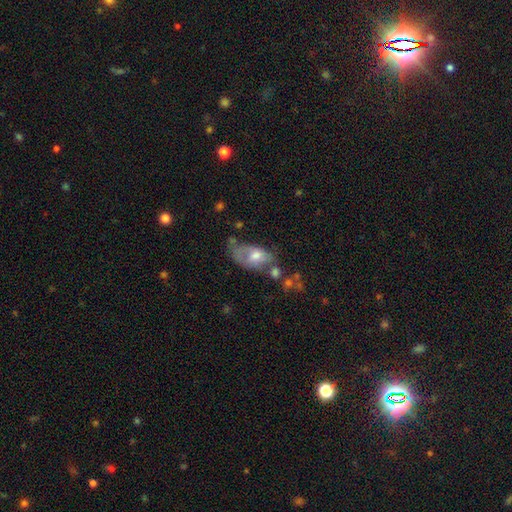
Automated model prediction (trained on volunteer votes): The model was most divided on "merging": none: 31%, minor disturbance: 28%, major disturbance: 25%, merger: 17%. More confident: how rounded — in between (90%); smooth or featured — smooth (56%).